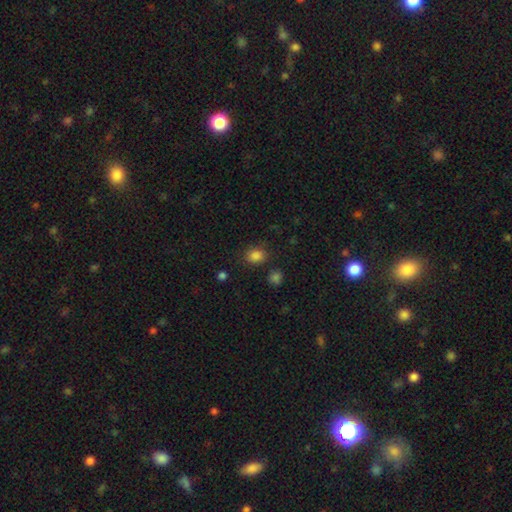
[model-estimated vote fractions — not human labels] smooth_or_featured: smooth (p=0.84) [alt: star or artifact p=0.12]
how_rounded: in between (p=0.50) [alt: round p=0.49]
merging: none (p=0.79) [alt: minor disturbance p=0.12]